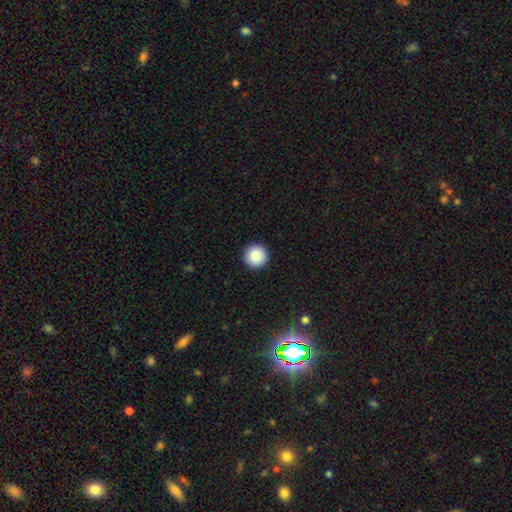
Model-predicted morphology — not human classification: smooth-or-featured: smooth: 88% | star or artifact: 8% | featured or disk: 4%
  how-rounded: round: 97% | in between: 3% | cigar-shaped: 1%
  merging: none: 93% | minor disturbance: 4% | major disturbance: 1% | merger: 1%